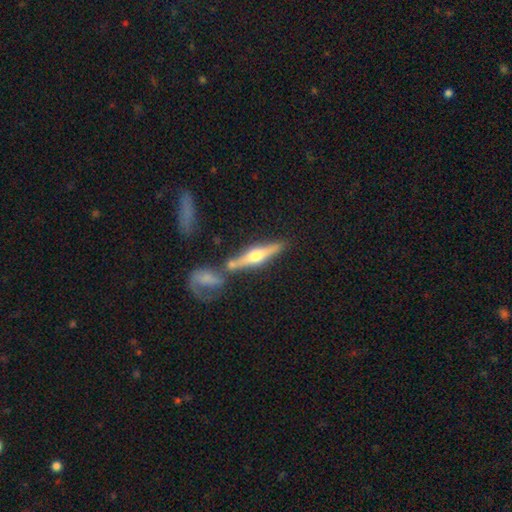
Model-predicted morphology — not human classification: smooth-or-featured: featured or disk: 67% | smooth: 26% | star or artifact: 6%
  disk-edge-on: yes: 94% | no: 6%
    edge-on-bulge: rounded: 94% | boxy: 4% | none: 3%
  merging: none: 66% | merger: 18% | minor disturbance: 11% | major disturbance: 4%